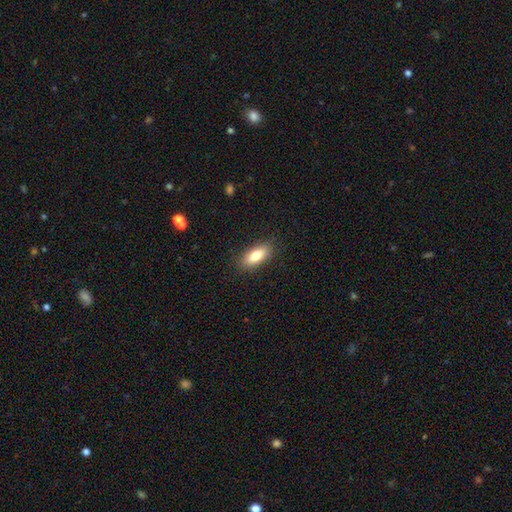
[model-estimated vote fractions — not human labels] The model was most divided on "how rounded": in between: 80%, cigar-shaped: 17%, round: 3%. More confident: merging — none (86%); smooth or featured — smooth (80%).